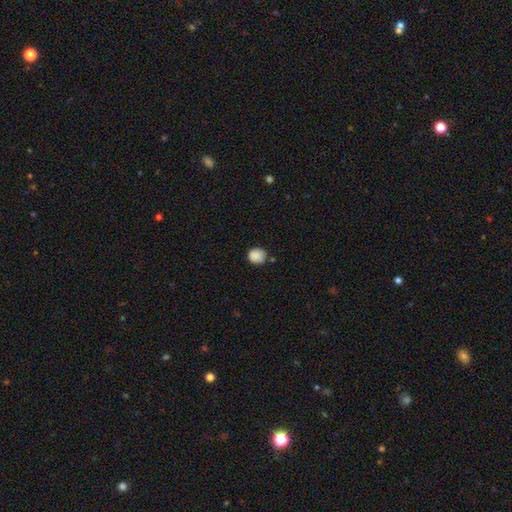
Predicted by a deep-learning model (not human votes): A smooth galaxy with no disk features (86%) that is round (80%).

Vote fractions:
- Smooth or featured? smooth: 86% / star or artifact: 9% / featured or disk: 5%
- How rounded? round: 80% / in between: 19% / cigar-shaped: 1%
- Merging? none: 70% / minor disturbance: 22% / merger: 4% / major disturbance: 4%